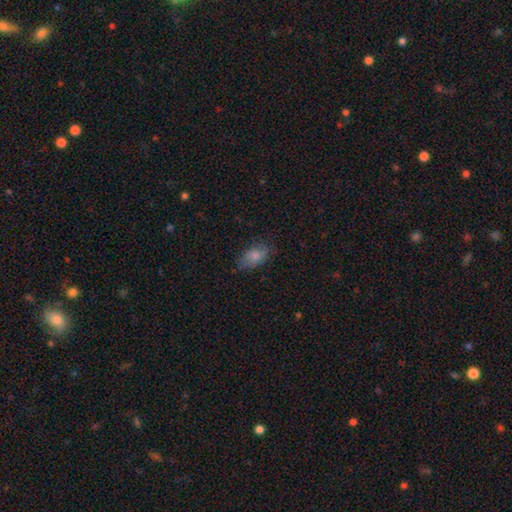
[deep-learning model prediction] Overall: smooth (77%). How rounded: in between (89%). Merging: none (69%).